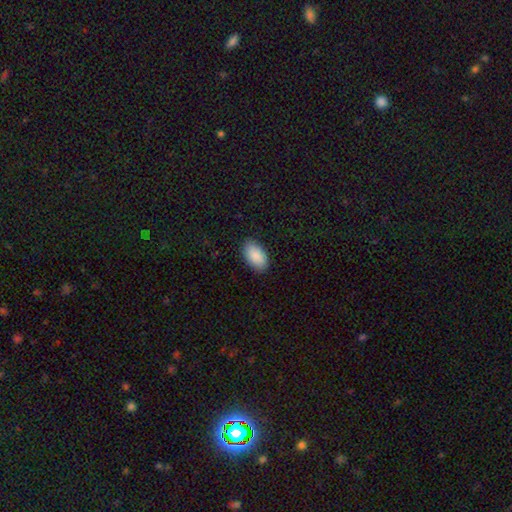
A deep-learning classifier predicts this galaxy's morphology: Q: Smooth or featured?
A: smooth (90%); runner-up: star or artifact (6%)
Q: How rounded?
A: in between (95%); runner-up: round (3%)
Q: Merging?
A: none (86%); runner-up: minor disturbance (11%)